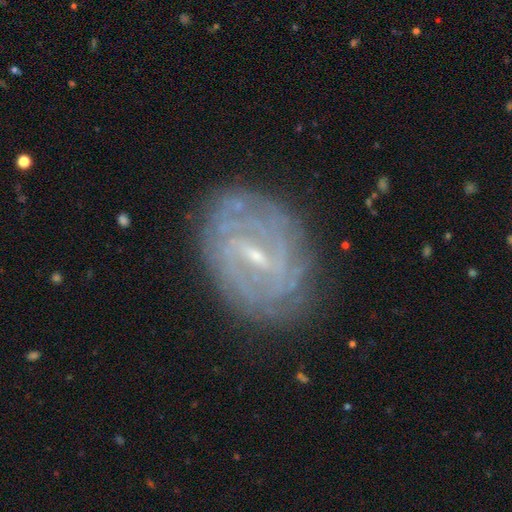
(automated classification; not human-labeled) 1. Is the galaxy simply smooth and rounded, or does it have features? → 85% featured or disk, 8% smooth, 7% star or artifact.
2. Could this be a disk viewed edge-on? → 96% no, 4% yes.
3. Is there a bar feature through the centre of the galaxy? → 45% strong, 44% weak, 11% no.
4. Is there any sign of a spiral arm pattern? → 92% yes, 8% no.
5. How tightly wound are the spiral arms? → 72% tight, 22% medium, 6% loose.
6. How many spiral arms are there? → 40% can't tell, 25% 2, 11% 4, 11% 3, 8% more than 4, 6% 1.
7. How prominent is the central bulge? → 75% small, 19% moderate, 3% none, 1% large, 1% dominant.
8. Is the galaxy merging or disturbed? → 82% none, 13% minor disturbance, 4% major disturbance, 1% merger.